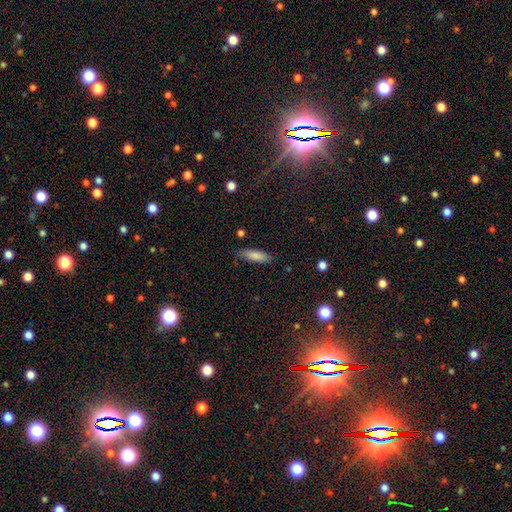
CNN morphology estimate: type=smooth (83%); roundness=cigar-shaped (58%); merging=none (78%).